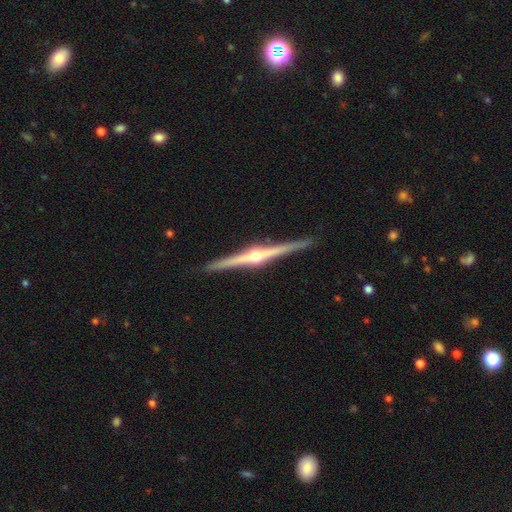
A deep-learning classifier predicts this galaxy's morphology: Overall: featured or disk (89%). Edge-on disk: yes (99%). Edge-on bulge: rounded (94%). Merging: none (93%).